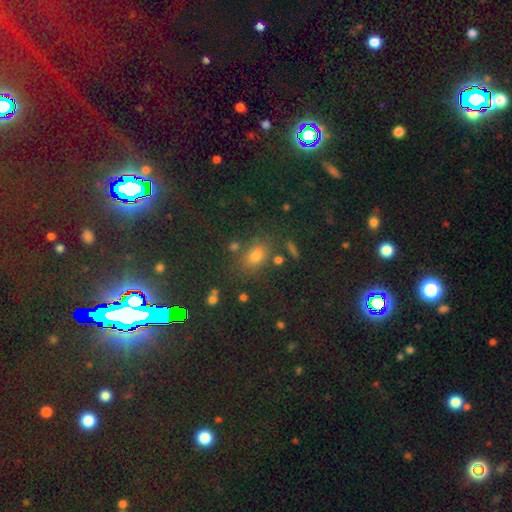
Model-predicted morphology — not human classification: smooth-or-featured: smooth: 63% | star or artifact: 28% | featured or disk: 9%
  how-rounded: in between: 69% | round: 28% | cigar-shaped: 3%
  merging: none: 74% | minor disturbance: 14% | merger: 7% | major disturbance: 5%